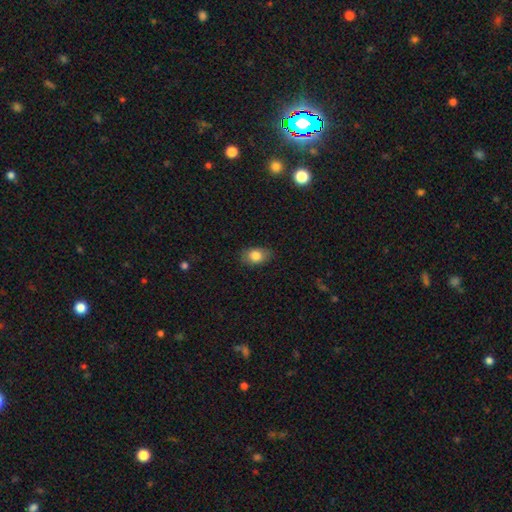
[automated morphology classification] This appears to be a smooth galaxy with no disk features (82%) that is in between round and cigar-shaped (83%). Merging: none (84%).